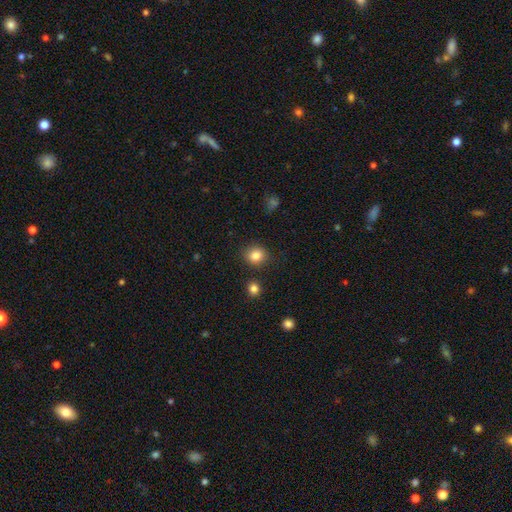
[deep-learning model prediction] Overall: smooth (84%). How rounded: round (78%). Merging: none (87%).